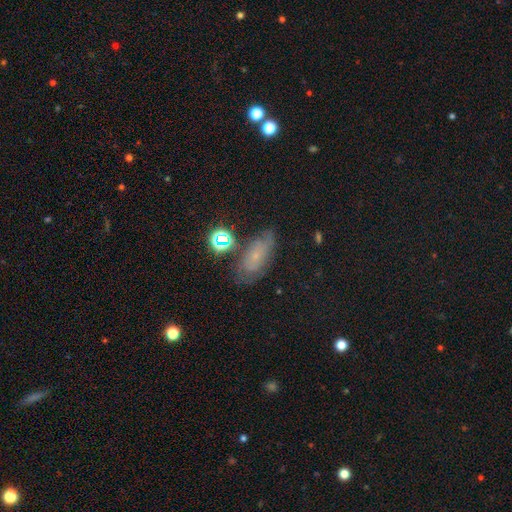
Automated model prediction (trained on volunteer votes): This is marginally a featured or disk galaxy (41%). Merging: likely none (62%).